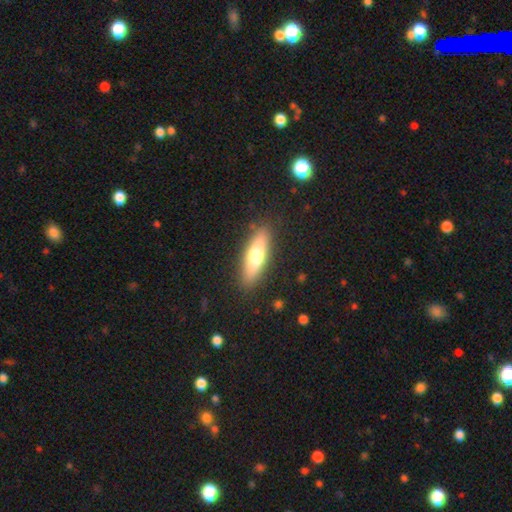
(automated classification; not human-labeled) This is likely a smooth galaxy (61%). How rounded: possibly cigar-shaped (56%). Merging: clearly none (87%).